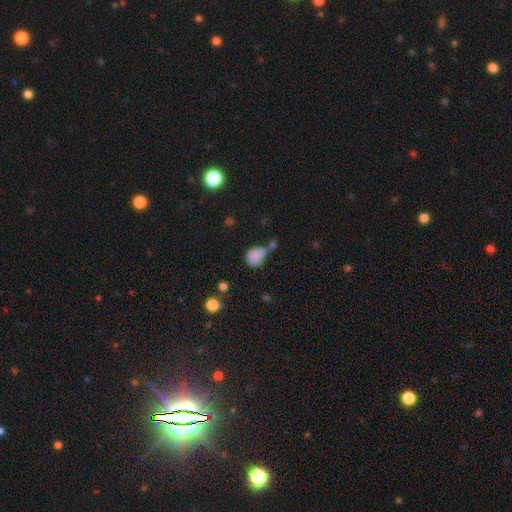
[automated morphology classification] A smooth galaxy with no disk features (81%) that is round (57%).

Vote fractions:
- Smooth or featured? smooth: 81% / star or artifact: 11% / featured or disk: 8%
- How rounded? round: 57% / in between: 41% / cigar-shaped: 1%
- Merging? none: 32% / merger: 29% / minor disturbance: 25% / major disturbance: 14%